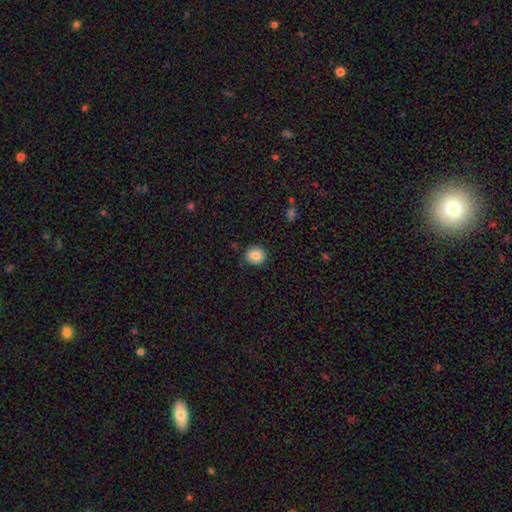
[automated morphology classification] Smooth or featured?
  - smooth: 86% *
  - star or artifact: 8%
  - featured or disk: 6%
How rounded?
  - round: 81% *
  - in between: 18%
  - cigar-shaped: 1%
Merging?
  - none: 90% *
  - minor disturbance: 7%
  - major disturbance: 2%
  - merger: 1%